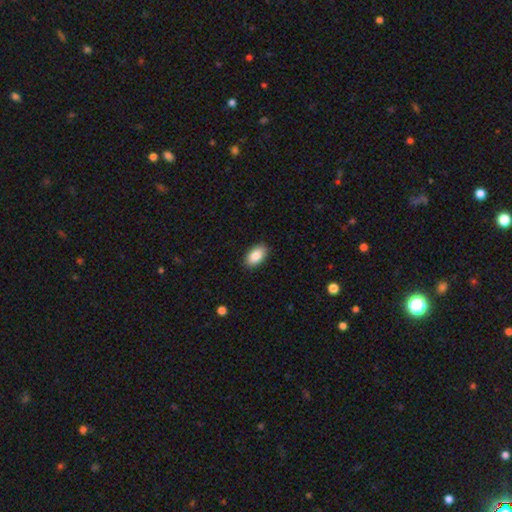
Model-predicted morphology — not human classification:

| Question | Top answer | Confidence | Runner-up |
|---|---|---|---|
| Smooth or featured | smooth | 86% | featured or disk (7%) |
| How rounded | in between | 94% | round (4%) |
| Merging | none | 89% | minor disturbance (8%) |